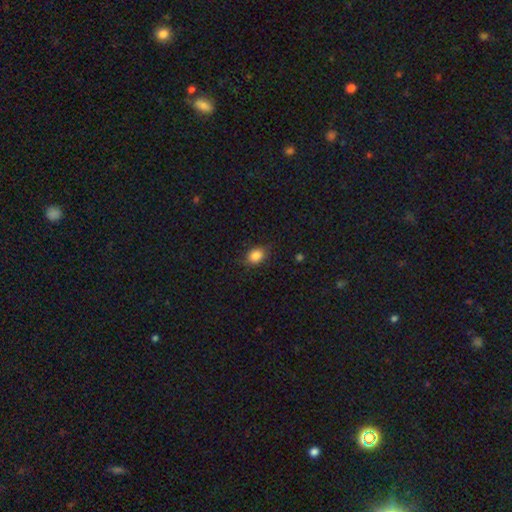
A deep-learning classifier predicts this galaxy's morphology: Overall: smooth (85%). How rounded: in between (59%; round 39%). Merging: none (82%).